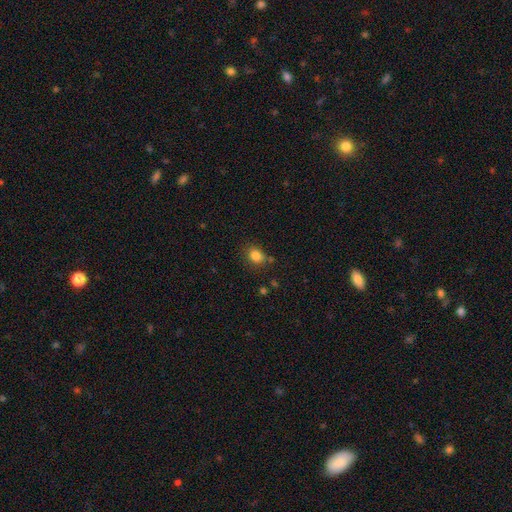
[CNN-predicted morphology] smooth-or-featured: smooth: 83% | star or artifact: 12% | featured or disk: 6%
  how-rounded: round: 60% | in between: 39% | cigar-shaped: 1%
  merging: none: 74% | minor disturbance: 17% | merger: 5% | major disturbance: 4%